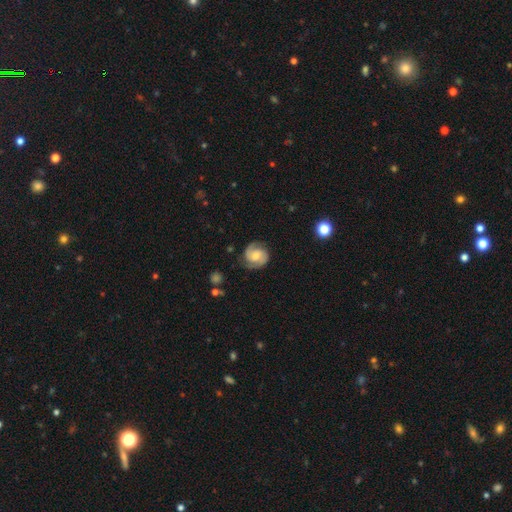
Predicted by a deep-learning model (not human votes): This appears to be a featured or disk galaxy (80%) with no bar (53%), 2 (87%) medium (46%) spiral arms (97%) and a moderate central bulge (50%). Merging: none (81%).